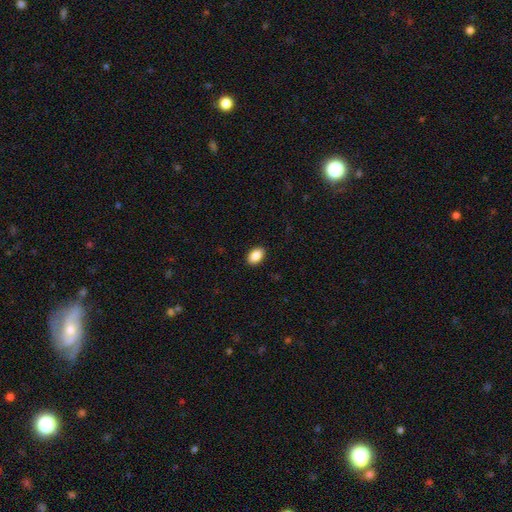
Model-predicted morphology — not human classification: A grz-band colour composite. It shows a smooth galaxy with no disk features (88%) that is in between round and cigar-shaped (88%). Merging: none (90%).